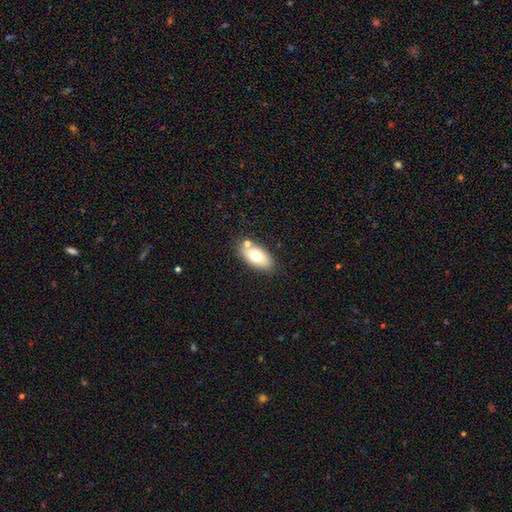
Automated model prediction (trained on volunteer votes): Morphology: type=smooth (70%); roundness=in between (91%); merging=none (74%).